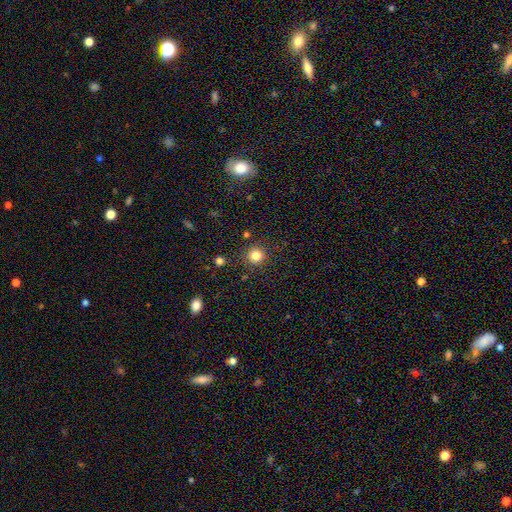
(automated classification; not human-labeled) Morphology: type=smooth (82%); roundness=round (92%); merging=none (87%).